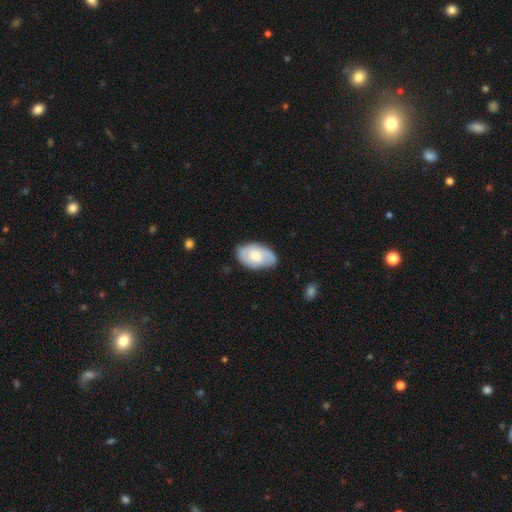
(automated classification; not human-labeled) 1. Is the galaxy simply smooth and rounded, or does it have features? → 51% smooth, 43% featured or disk, 6% star or artifact.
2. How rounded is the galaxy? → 92% in between, 7% round, 1% cigar-shaped.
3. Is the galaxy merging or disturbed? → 71% none, 23% minor disturbance, 4% major disturbance, 2% merger.